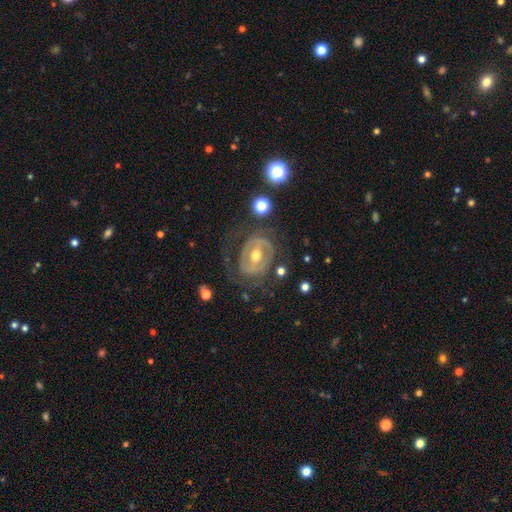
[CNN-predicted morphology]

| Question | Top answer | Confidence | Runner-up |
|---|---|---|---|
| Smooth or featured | featured or disk | 75% | smooth (17%) |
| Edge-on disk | no | 96% | yes (4%) |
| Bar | no | 47% | weak (31%) |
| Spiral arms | yes | 55% | no (45%) |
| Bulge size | moderate | 69% | small (25%) |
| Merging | none | 63% | minor disturbance (18%) |